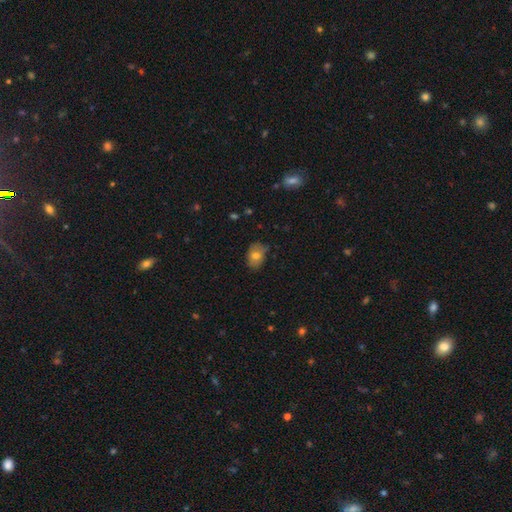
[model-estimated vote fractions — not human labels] Overall: smooth (75%). How rounded: in between (76%). Merging: none (74%).